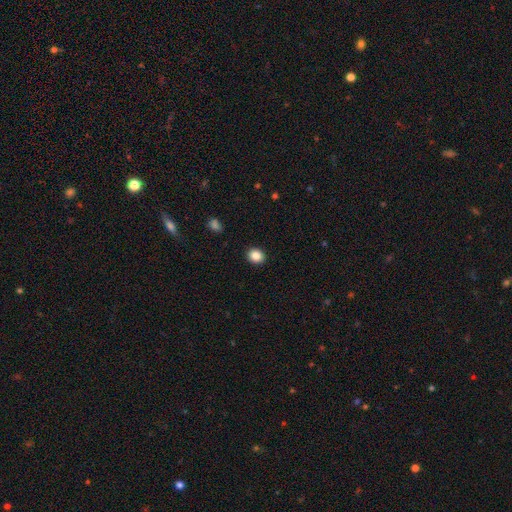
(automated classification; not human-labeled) smooth-or-featured: smooth: 87% | star or artifact: 9% | featured or disk: 3%
  how-rounded: round: 69% | in between: 30% | cigar-shaped: 1%
  merging: none: 91% | minor disturbance: 6% | major disturbance: 2% | merger: 1%